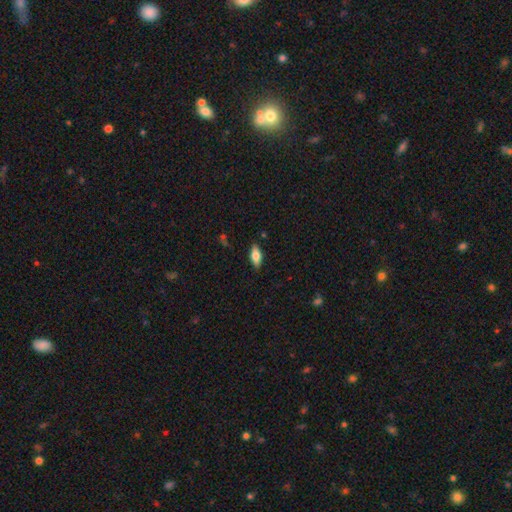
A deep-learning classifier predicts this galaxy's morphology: Smooth or featured?
  - smooth: 66% *
  - featured or disk: 27%
  - star or artifact: 7%
How rounded?
  - in between: 76% *
  - cigar-shaped: 21%
  - round: 3%
Merging?
  - none: 86% *
  - minor disturbance: 10%
  - major disturbance: 2%
  - merger: 1%